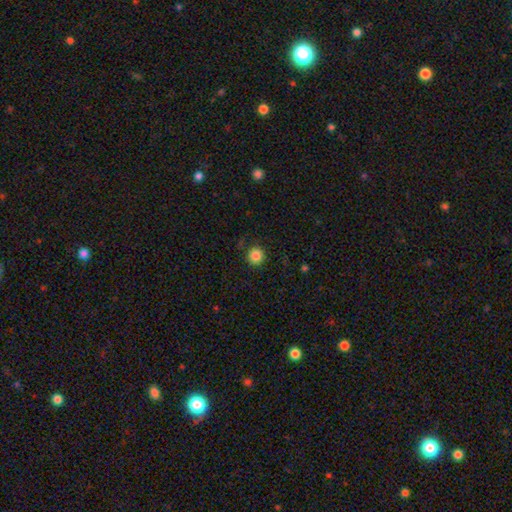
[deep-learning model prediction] smooth-or-featured: smooth: 85% | star or artifact: 11% | featured or disk: 4%
  how-rounded: round: 92% | in between: 7% | cigar-shaped: 1%
  merging: none: 86% | minor disturbance: 9% | major disturbance: 3% | merger: 1%